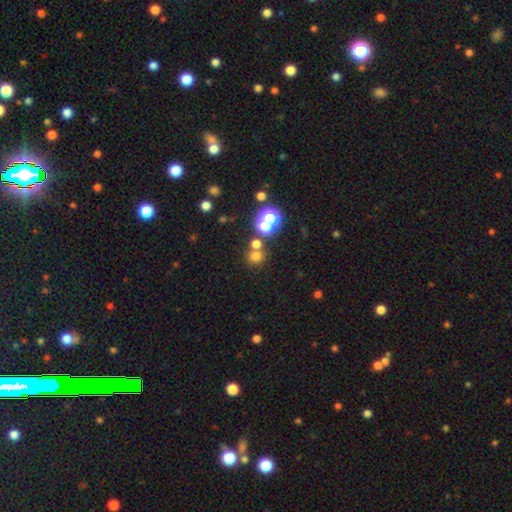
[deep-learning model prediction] A smooth galaxy with no disk features (63%) that is round (85%).

Vote fractions:
- Smooth or featured? smooth: 63% / star or artifact: 28% / featured or disk: 9%
- How rounded? round: 85% / in between: 14% / cigar-shaped: 1%
- Merging? none: 63% / merger: 26% / minor disturbance: 7% / major disturbance: 4%